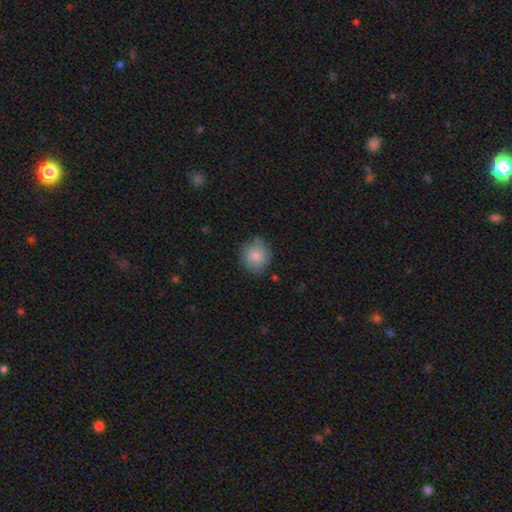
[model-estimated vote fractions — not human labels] smooth_or_featured: smooth (p=0.83) [alt: featured or disk p=0.10]
how_rounded: round (p=0.83) [alt: in between p=0.16]
merging: none (p=0.73) [alt: minor disturbance p=0.20]